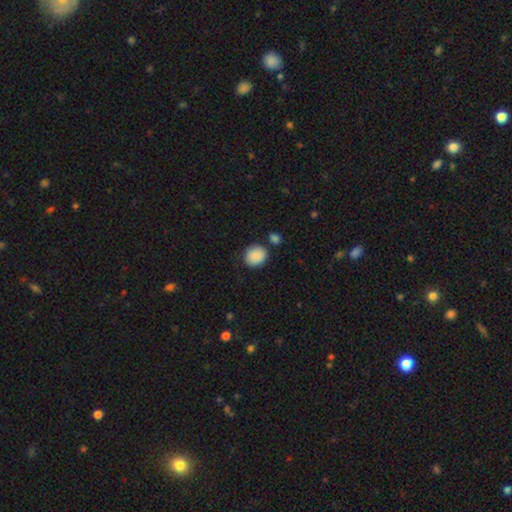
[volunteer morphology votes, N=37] type=smooth (89%); roundness=round (79%); merging=none (77%).